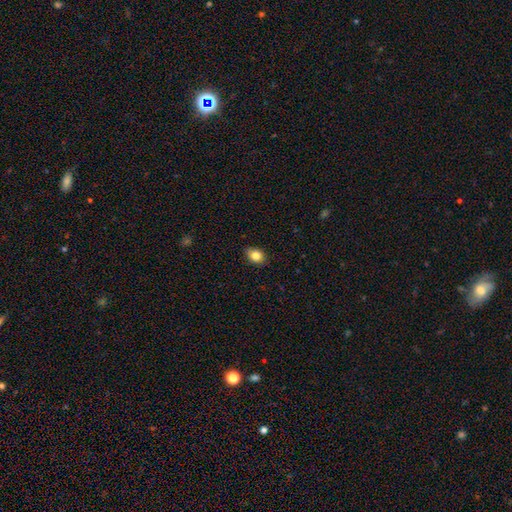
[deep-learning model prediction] Smooth or featured? smooth (83%)
How rounded? in between (67%)
Merging? none (82%)